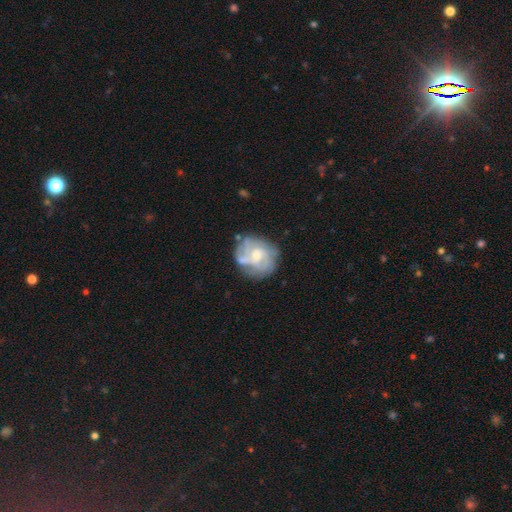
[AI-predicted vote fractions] Smooth or featured? featured or disk (74%)
Edge-on disk? no (98%)
Bar? no (66%)
Spiral arms? yes (82%)
Spiral winding? tight (50%)
Spiral arm count? can't tell (40%)
Bulge size? moderate (50%)
Merging? none (65%)